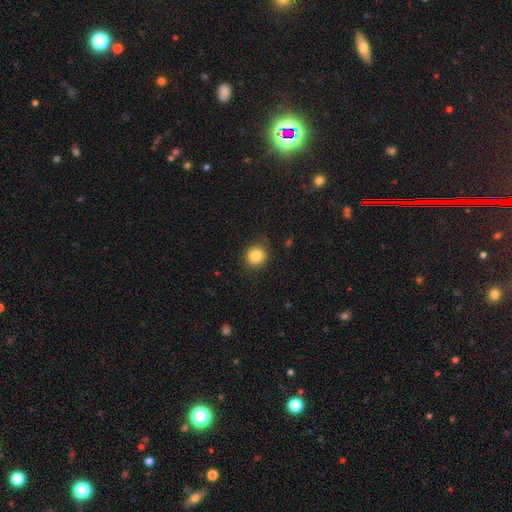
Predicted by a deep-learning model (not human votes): Smooth or featured? Predicted: smooth (p=0.86). How rounded? Predicted: round (p=0.91). Merging? Predicted: none (p=0.86).